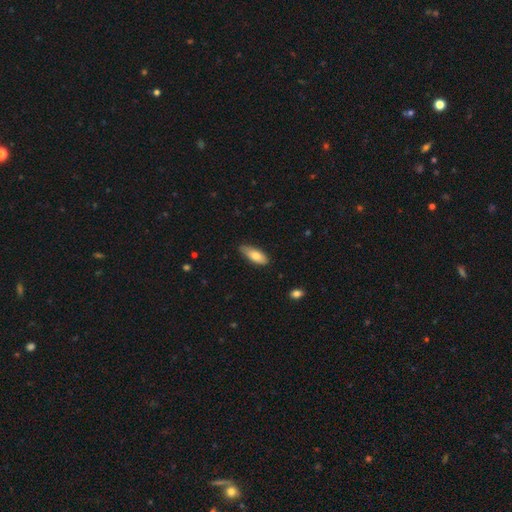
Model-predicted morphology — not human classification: Smooth or featured: smooth — 75% (featured or disk — 19%)
How rounded: in between — 72% (cigar-shaped — 26%)
Merging: none — 73% (minor disturbance — 23%)